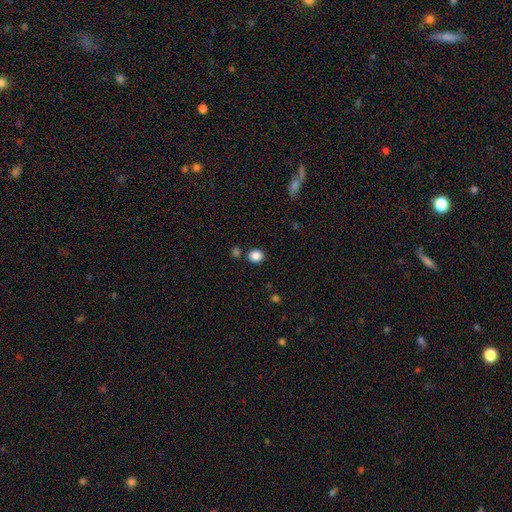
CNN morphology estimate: Smooth or featured: smooth — 86% (star or artifact — 11%)
How rounded: round — 79% (in between — 20%)
Merging: none — 82% (minor disturbance — 8%)